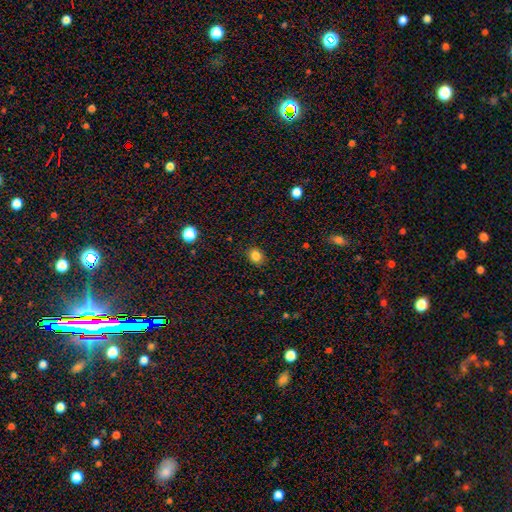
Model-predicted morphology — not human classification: Smooth or featured?
  - smooth: 84% *
  - star or artifact: 12%
  - featured or disk: 4%
How rounded?
  - round: 64% *
  - in between: 35%
  - cigar-shaped: 1%
Merging?
  - none: 88% *
  - minor disturbance: 9%
  - major disturbance: 2%
  - merger: 1%